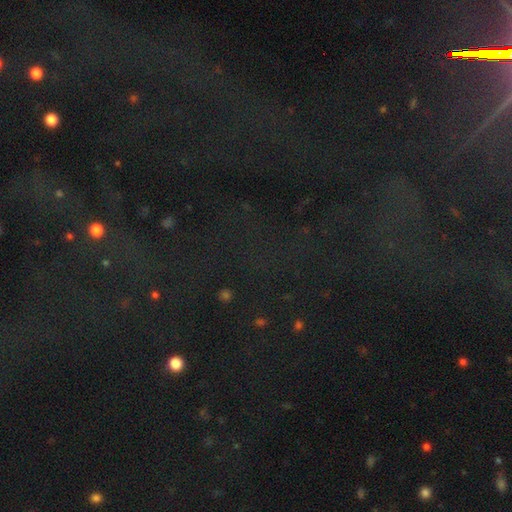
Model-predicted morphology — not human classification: Smooth or featured? star or artifact (78%)